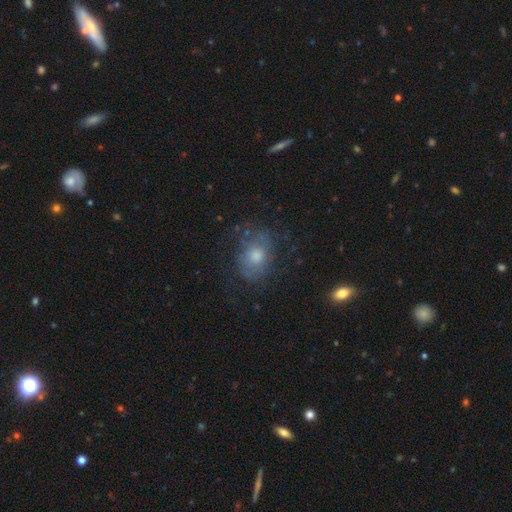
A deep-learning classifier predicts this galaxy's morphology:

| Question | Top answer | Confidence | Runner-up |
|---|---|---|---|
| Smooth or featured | smooth | 45% | featured or disk (41%) |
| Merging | none | 66% | minor disturbance (20%) |